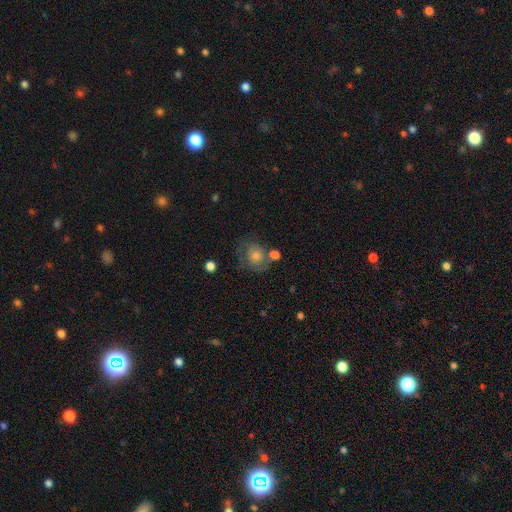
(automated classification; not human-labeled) Overall: smooth (44%; featured or disk 42%). Merging: none (58%; minor disturbance 20%).